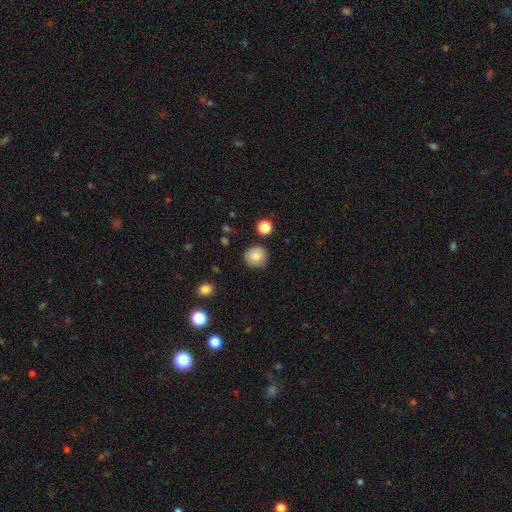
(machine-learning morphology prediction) smooth_or_featured: smooth (p=0.83) [alt: star or artifact p=0.09]
how_rounded: round (p=0.91) [alt: in between p=0.08]
merging: none (p=0.81) [alt: minor disturbance p=0.14]